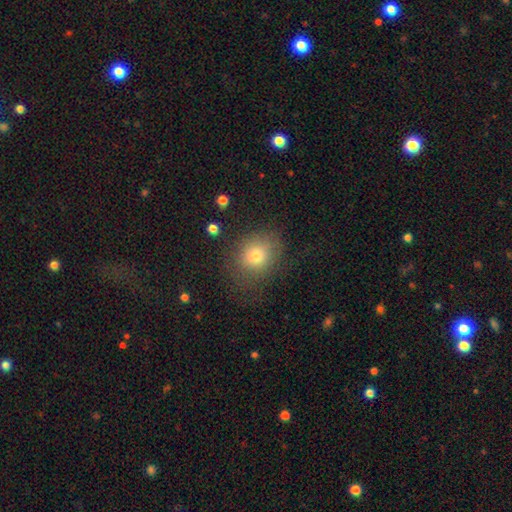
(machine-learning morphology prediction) type=smooth (75%); roundness=round (63%); merging=none (70%).